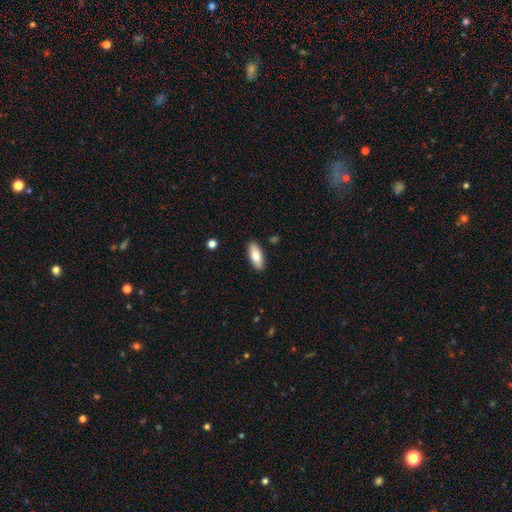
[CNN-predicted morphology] Smooth or featured? Predicted: smooth (p=0.80). How rounded? Predicted: in between (p=0.80). Merging? Predicted: none (p=0.89).